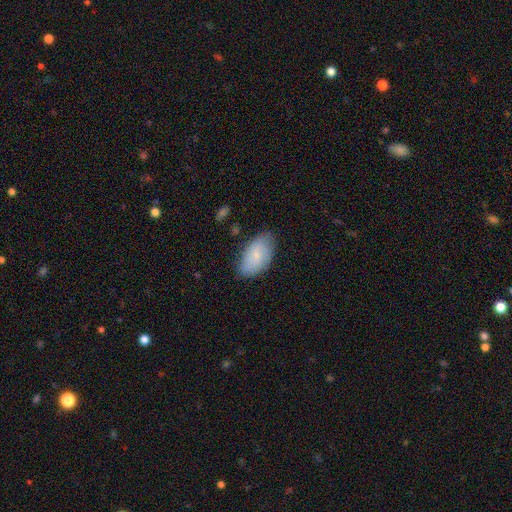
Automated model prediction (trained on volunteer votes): smooth_or_featured: smooth (p=0.67) [alt: featured or disk p=0.26]
how_rounded: in between (p=0.94) [alt: round p=0.04]
merging: none (p=0.72) [alt: minor disturbance p=0.22]